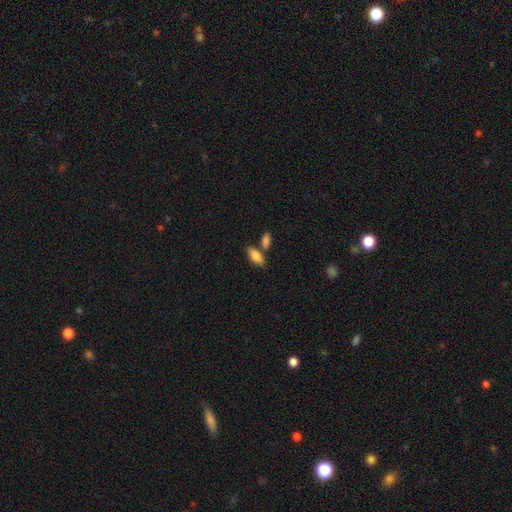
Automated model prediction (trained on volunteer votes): smooth-or-featured: smooth: 85% | featured or disk: 8% | star or artifact: 7%
  how-rounded: in between: 89% | cigar-shaped: 8% | round: 3%
  merging: none: 63% | merger: 22% | minor disturbance: 12% | major disturbance: 3%